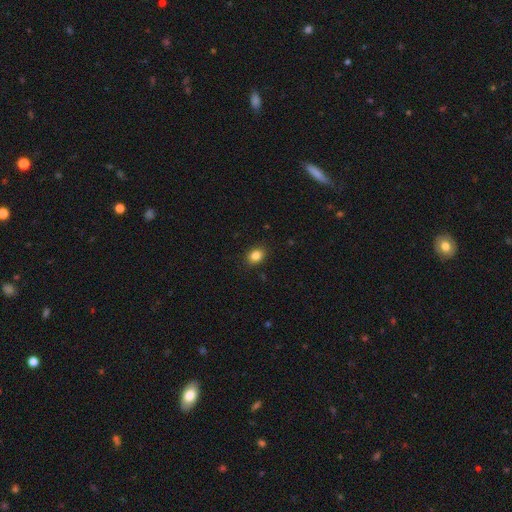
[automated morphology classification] The model was most divided on "how rounded": in between: 62%, round: 37%, cigar-shaped: 1%. More confident: merging — none (88%); smooth or featured — smooth (85%).